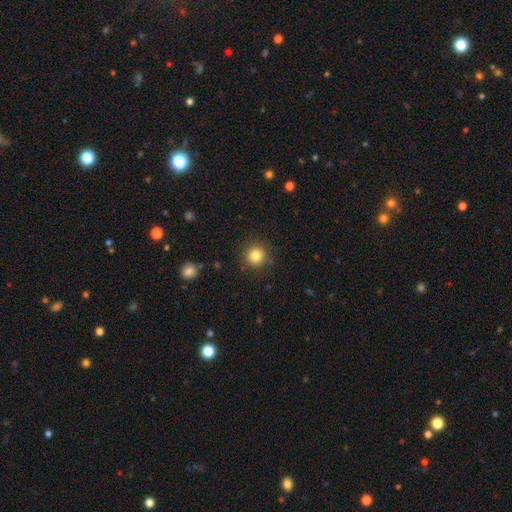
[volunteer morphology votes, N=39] This appears to be a smooth galaxy with no disk features (90%) that is round (97%). Merging: none (97%).